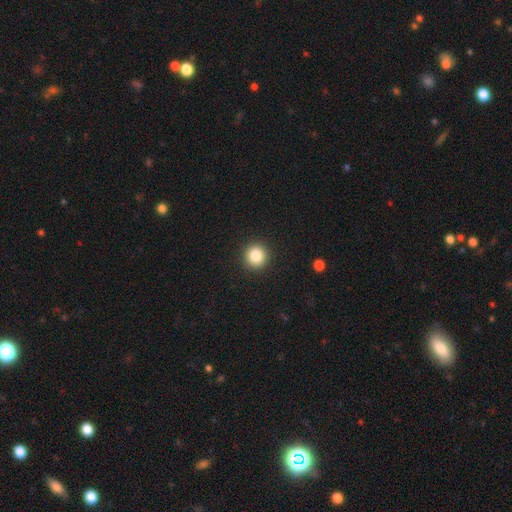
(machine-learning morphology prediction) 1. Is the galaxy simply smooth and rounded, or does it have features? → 85% smooth, 10% star or artifact, 5% featured or disk.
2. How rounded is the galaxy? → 93% round, 6% in between, 1% cigar-shaped.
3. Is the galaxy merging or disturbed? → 92% none, 5% minor disturbance, 2% major disturbance, 1% merger.